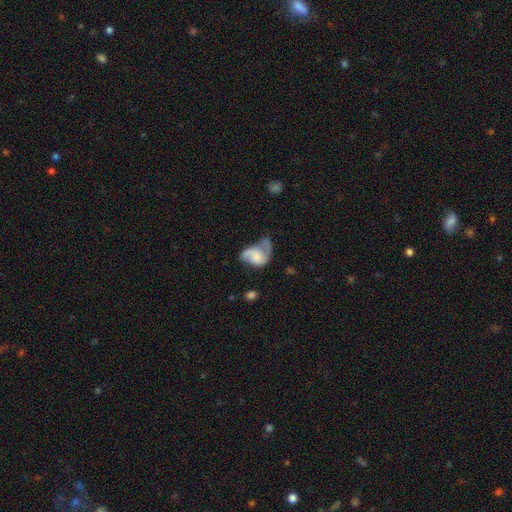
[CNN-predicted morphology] Smooth or featured? Predicted: featured or disk (p=0.53). Edge-on disk? Predicted: no (p=0.97). Bar? Predicted: no (p=0.71). Spiral arms? Predicted: yes (p=0.74). Bulge size? Predicted: none (p=0.39). Merging? Predicted: major disturbance (p=0.39).